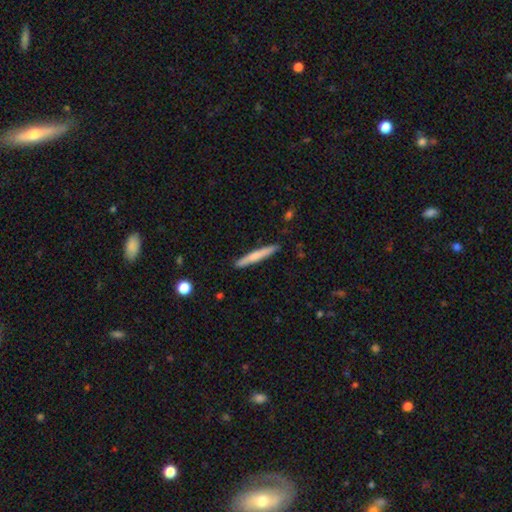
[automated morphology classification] A smooth galaxy with no disk features (59%) that is cigar-shaped (96%). Merging: none (90%).